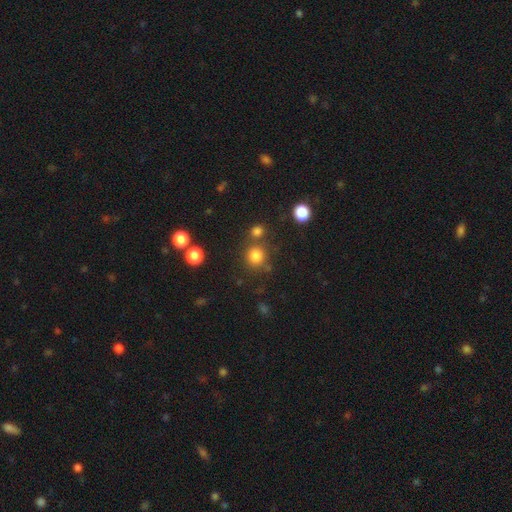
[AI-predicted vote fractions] A smooth galaxy with no disk features (81%) that is round (88%). Merging: none (72%).